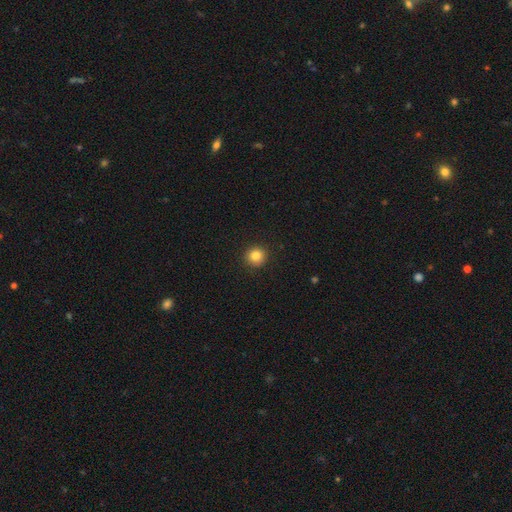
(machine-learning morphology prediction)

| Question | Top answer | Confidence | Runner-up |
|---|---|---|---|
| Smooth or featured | smooth | 83% | star or artifact (11%) |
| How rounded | round | 93% | in between (6%) |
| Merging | none | 92% | minor disturbance (5%) |